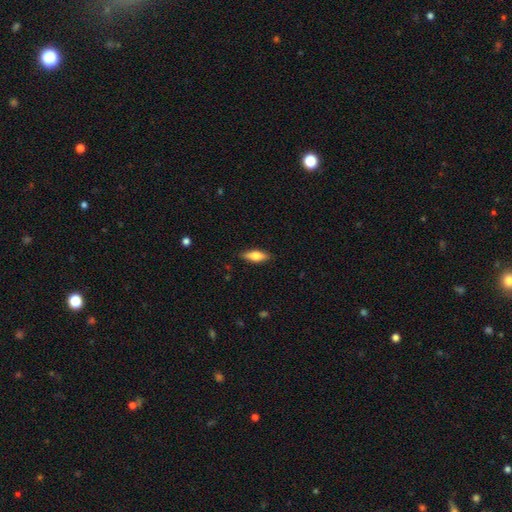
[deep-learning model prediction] smooth-or-featured: smooth: 69% | featured or disk: 25% | star or artifact: 6%
  how-rounded: in between: 63% | cigar-shaped: 35% | round: 3%
  merging: none: 87% | minor disturbance: 10% | major disturbance: 2% | merger: 1%